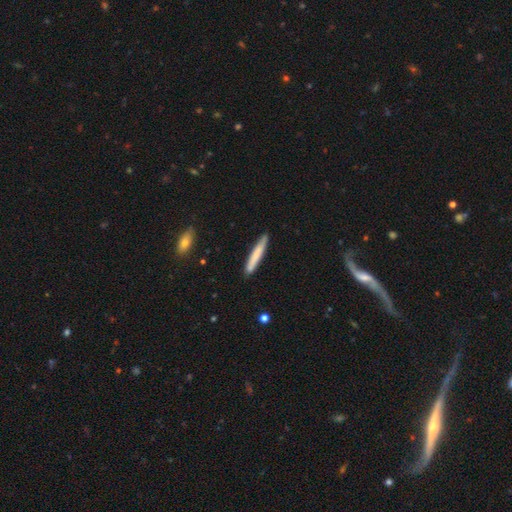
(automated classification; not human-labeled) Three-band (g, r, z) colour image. It shows a smooth galaxy with no disk features (71%) that is cigar-shaped (95%). Merging: none (87%).